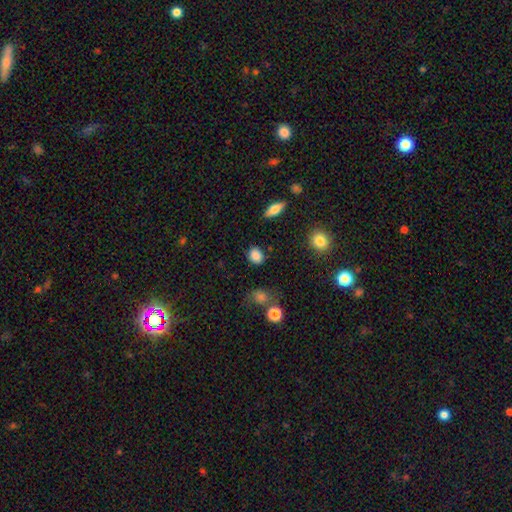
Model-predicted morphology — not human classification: type=smooth (85%); roundness=round (55%); merging=none (83%).